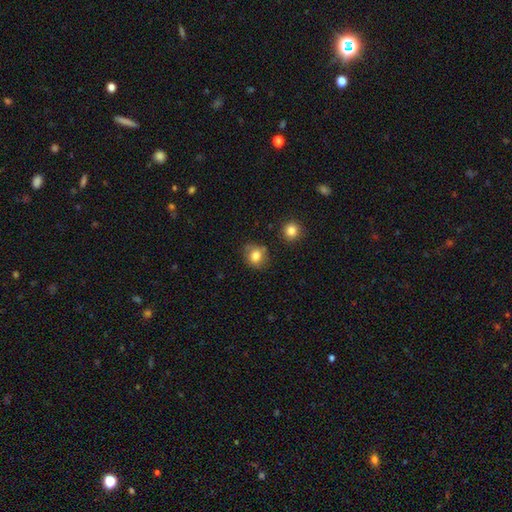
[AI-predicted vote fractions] smooth 81%, star or artifact 10%, featured or disk 9%. Down the decision tree: how rounded — round (69%); merging — none (75%).